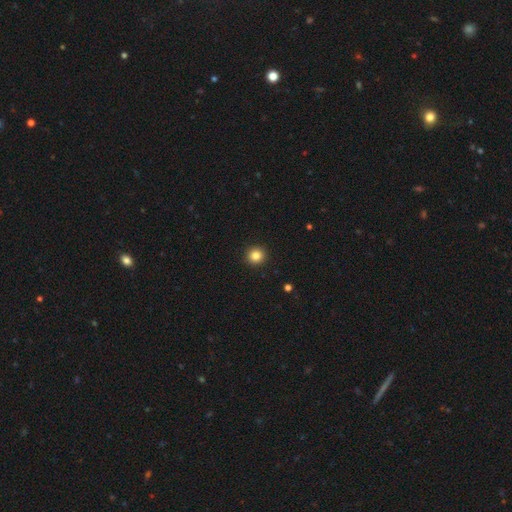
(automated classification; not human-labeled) Smooth or featured? smooth (84%)
How rounded? round (94%)
Merging? none (93%)